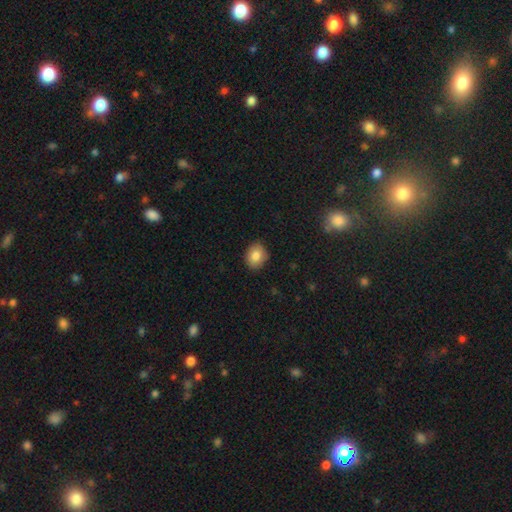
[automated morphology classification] This appears to be a smooth galaxy with no disk features (84%) that is round (51%). Merging: none (87%).